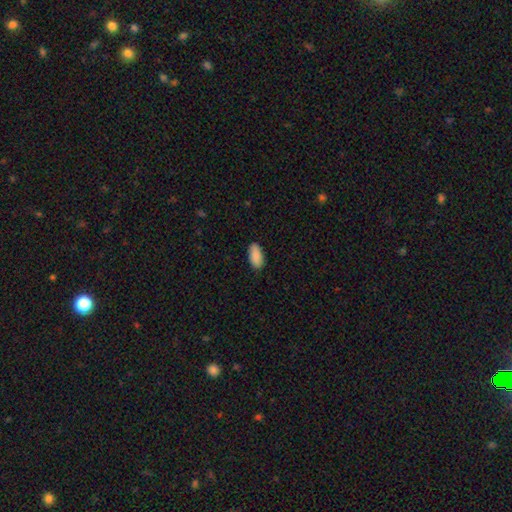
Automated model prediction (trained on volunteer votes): A smooth galaxy with no disk features (90%) that is in between round and cigar-shaped (90%). Merging: none (88%).